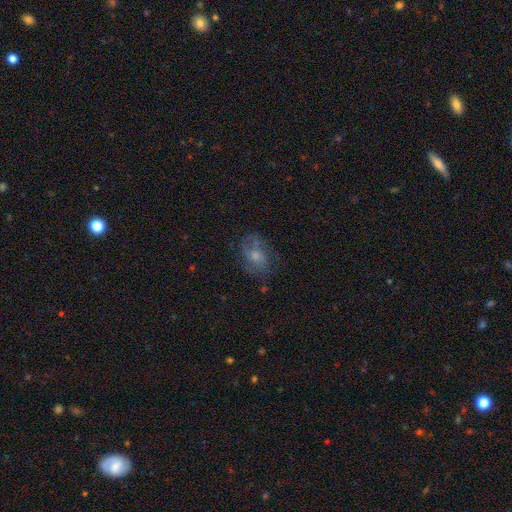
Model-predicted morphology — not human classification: This appears to be a featured or disk galaxy (50%). Merging: none (68%).